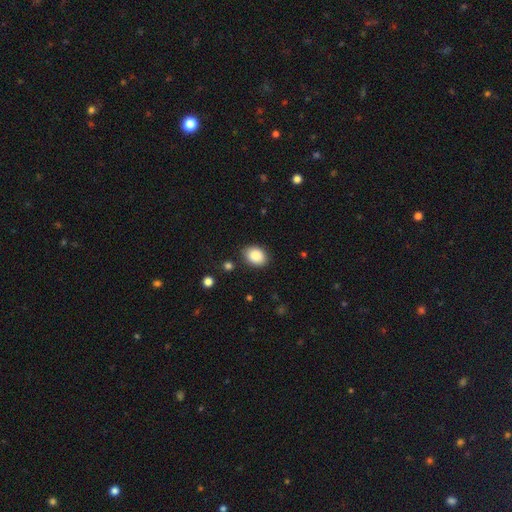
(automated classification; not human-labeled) This appears to be a smooth galaxy with no disk features (88%) that is in between round and cigar-shaped (70%). Merging: none (85%).